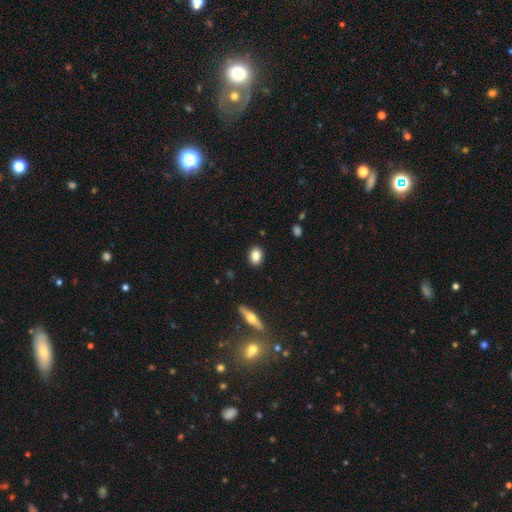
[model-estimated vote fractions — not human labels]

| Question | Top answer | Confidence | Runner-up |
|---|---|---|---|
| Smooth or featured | smooth | 84% | featured or disk (8%) |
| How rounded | in between | 65% | round (32%) |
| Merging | none | 90% | minor disturbance (7%) |